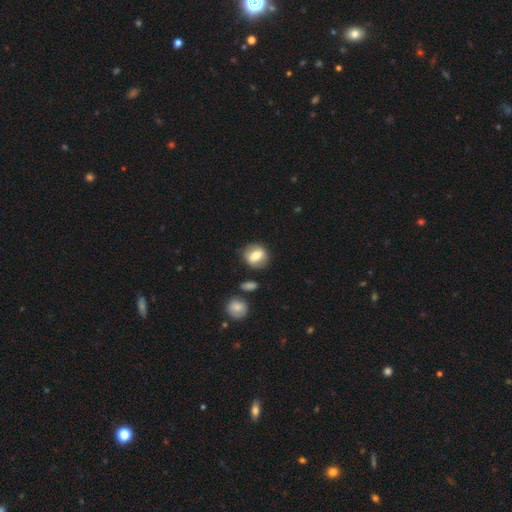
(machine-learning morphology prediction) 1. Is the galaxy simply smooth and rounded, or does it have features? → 63% smooth, 30% featured or disk, 8% star or artifact.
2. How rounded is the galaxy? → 62% round, 36% in between, 2% cigar-shaped.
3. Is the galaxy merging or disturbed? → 80% none, 12% minor disturbance, 4% merger, 4% major disturbance.